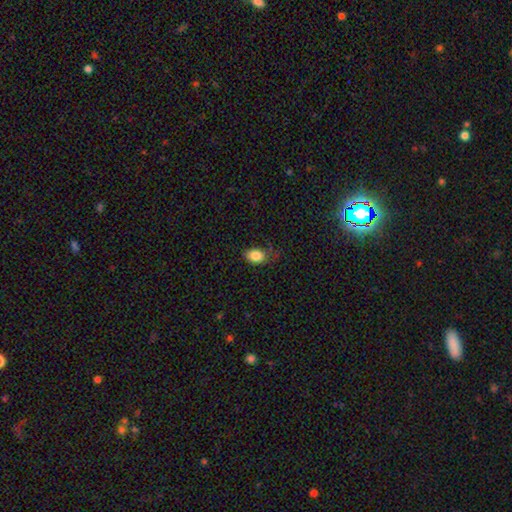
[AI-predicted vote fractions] Smooth or featured: smooth — 85% (star or artifact — 9%)
How rounded: in between — 79% (round — 20%)
Merging: none — 65% (minor disturbance — 24%)